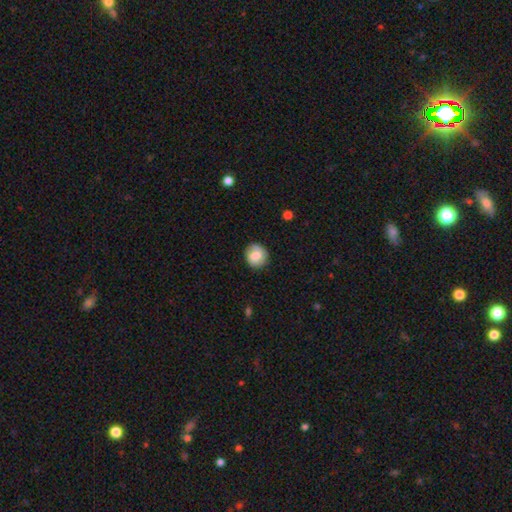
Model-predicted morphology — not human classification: smooth_or_featured: smooth (p=0.67) [alt: featured or disk p=0.25]
how_rounded: round (p=0.86) [alt: in between p=0.13]
merging: none (p=0.82) [alt: minor disturbance p=0.13]